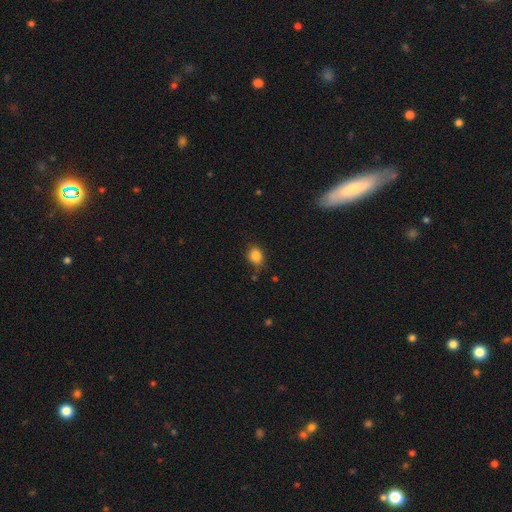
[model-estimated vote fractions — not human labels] smooth 84%, star or artifact 10%, featured or disk 6%. Down the decision tree: how rounded — round (54%); merging — none (75%).